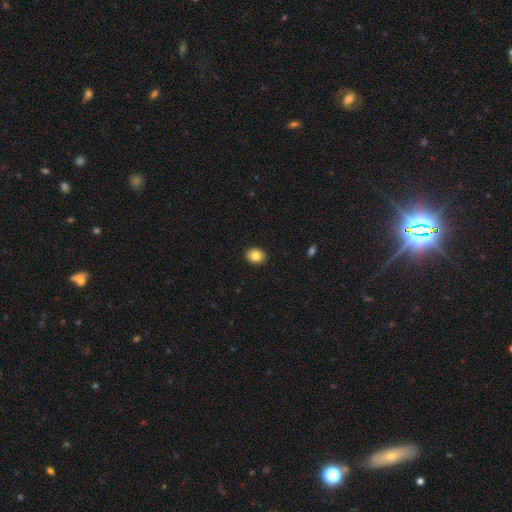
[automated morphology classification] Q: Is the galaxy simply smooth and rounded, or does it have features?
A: smooth — 85%.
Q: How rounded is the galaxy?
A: in between — 52%.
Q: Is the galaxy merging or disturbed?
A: none — 91%.